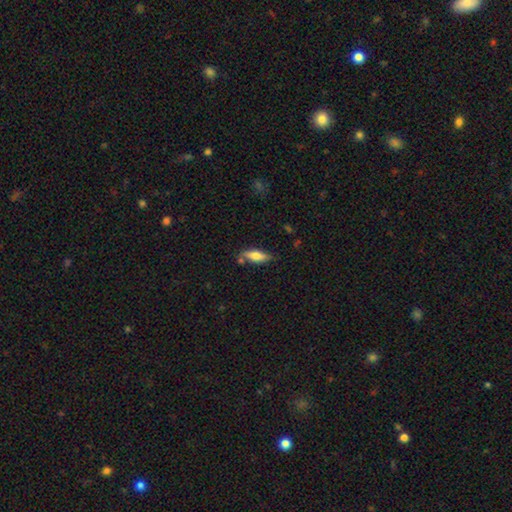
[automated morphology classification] Smooth or featured? smooth (62%)
How rounded? in between (55%)
Merging? none (71%)